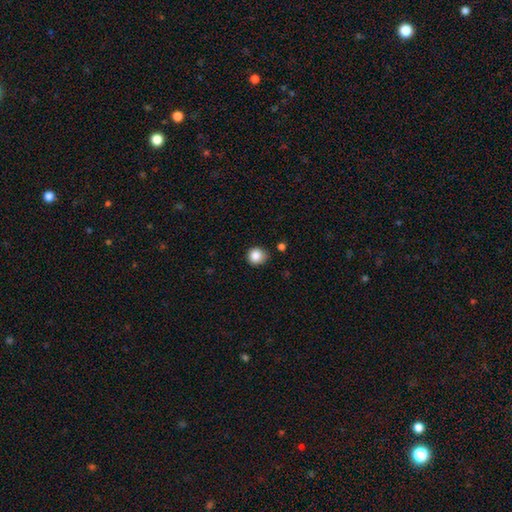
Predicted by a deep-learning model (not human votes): Smooth or featured: smooth — 86% (star or artifact — 10%)
How rounded: round — 90% (in between — 9%)
Merging: none — 81% (minor disturbance — 14%)